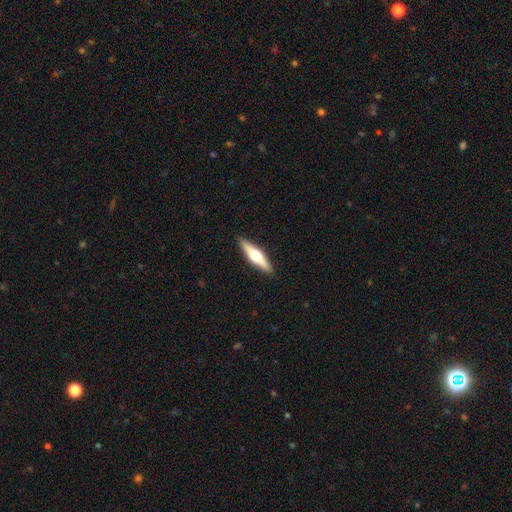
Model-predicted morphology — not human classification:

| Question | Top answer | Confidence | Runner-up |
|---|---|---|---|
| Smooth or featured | featured or disk | 61% | smooth (34%) |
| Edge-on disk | yes | 96% | no (4%) |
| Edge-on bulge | rounded | 94% | boxy (4%) |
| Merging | none | 91% | minor disturbance (7%) |